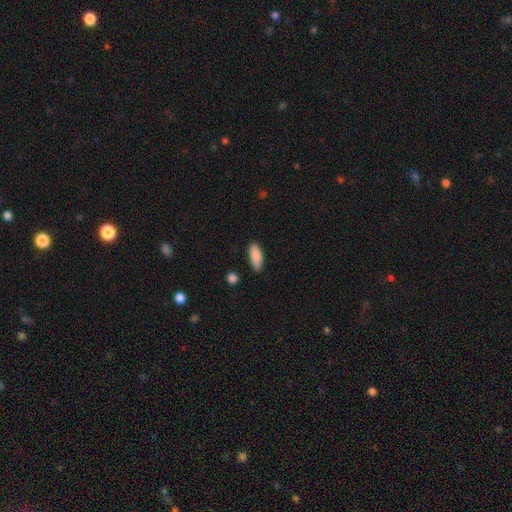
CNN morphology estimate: This appears to be a smooth galaxy with no disk features (88%) that is in between round and cigar-shaped (77%). Merging: none (83%).